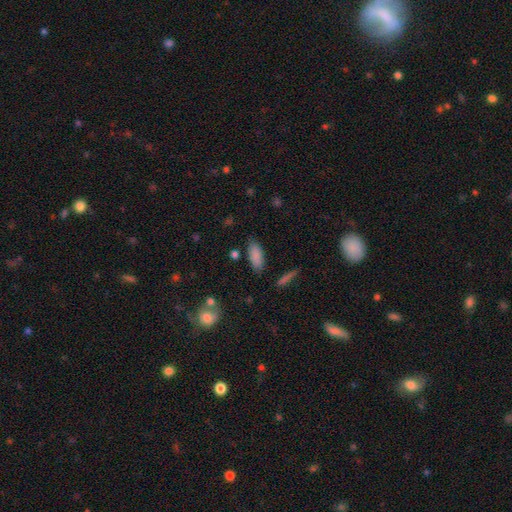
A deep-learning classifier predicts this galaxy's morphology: Smooth or featured: smooth — 86% (star or artifact — 8%)
How rounded: in between — 76% (cigar-shaped — 22%)
Merging: none — 82% (minor disturbance — 12%)